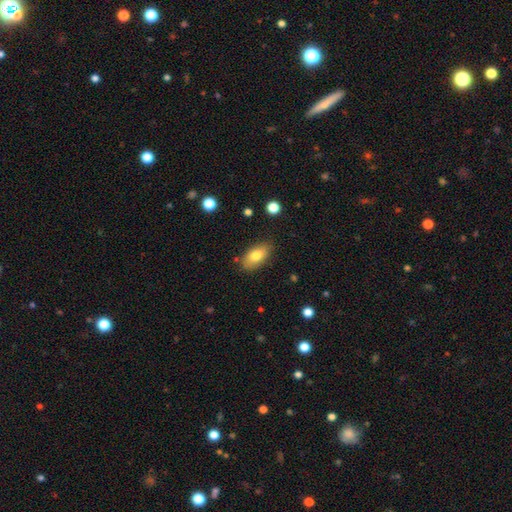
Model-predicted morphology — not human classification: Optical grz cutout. It shows a smooth galaxy with no disk features (78%) that is in between round and cigar-shaped (91%). Merging: none (82%).